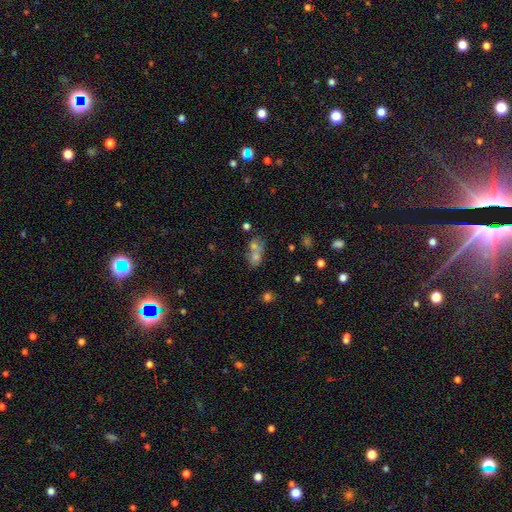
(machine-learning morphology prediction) Smooth or featured? Predicted: smooth (p=0.66). How rounded? Predicted: in between (p=0.61). Merging? Predicted: merger (p=0.59).